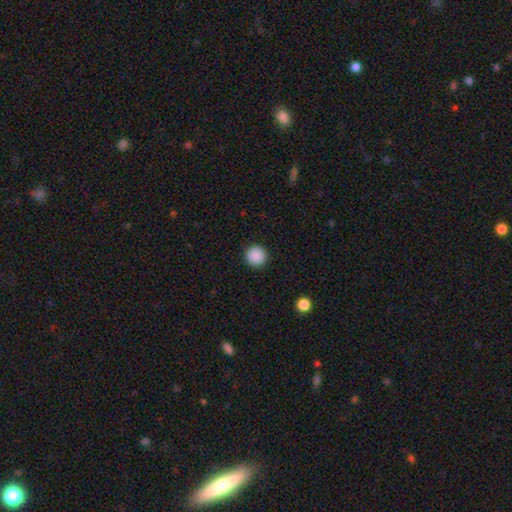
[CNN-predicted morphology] smooth-or-featured: smooth: 89% | star or artifact: 9% | featured or disk: 2%
  how-rounded: round: 96% | in between: 3% | cigar-shaped: 1%
  merging: none: 93% | minor disturbance: 4% | major disturbance: 2% | merger: 1%